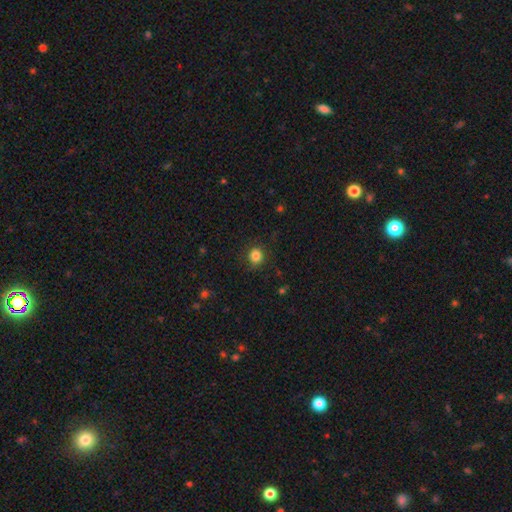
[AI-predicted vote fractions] This is clearly a smooth galaxy (84%). How rounded: clearly round (83%). Merging: clearly none (86%).